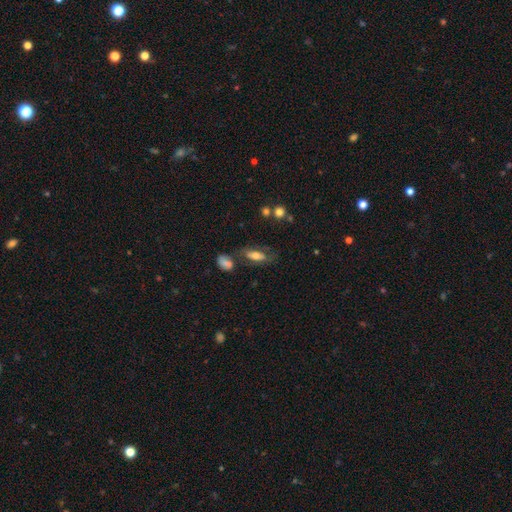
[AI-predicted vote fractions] smooth_or_featured: smooth (p=0.57) [alt: featured or disk p=0.35]
how_rounded: in between (p=0.76) [alt: cigar-shaped p=0.20]
merging: none (p=0.58) [alt: minor disturbance p=0.20]